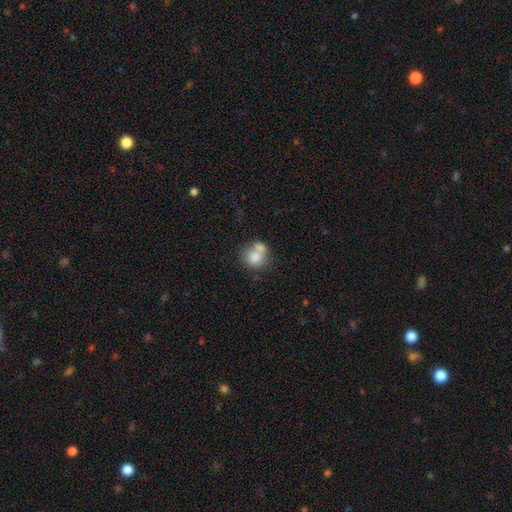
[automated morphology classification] A smooth galaxy with no disk features (75%) that is round (75%). Merging: merger (49%).